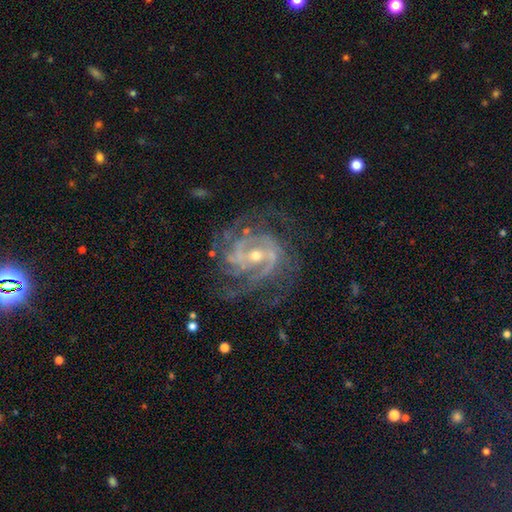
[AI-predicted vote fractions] A featured or disk galaxy (91%) with a weak bar (40%), 2 (29%) tight (54%) spiral arms (97%) and a small central bulge (55%).

Vote fractions:
- Smooth or featured? featured or disk: 91% / star or artifact: 6% / smooth: 3%
- Edge-on disk? no: 97% / yes: 3%
- Bar? weak: 40% / no: 38% / strong: 22%
- Spiral arms? yes: 97% / no: 3%
- Spiral winding? tight: 54% / medium: 39% / loose: 8%
- Spiral arm count? 2: 29% / 3: 25% / can't tell: 19% / 4: 14% / more than 4: 7% / 1: 6%
- Bulge size? small: 55% / moderate: 41% / large: 2% / none: 1% / dominant: 1%
- Merging? none: 68% / minor disturbance: 17% / major disturbance: 13% / merger: 1%